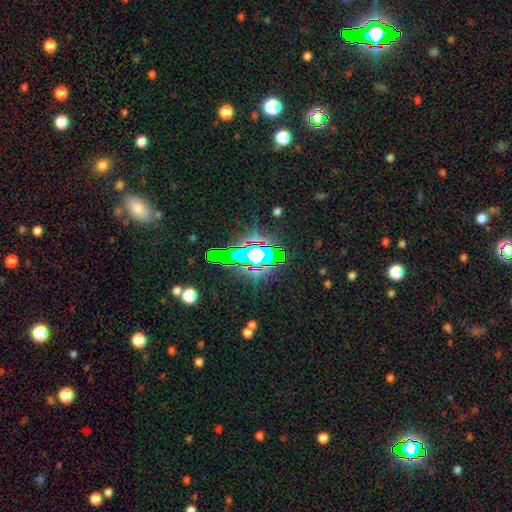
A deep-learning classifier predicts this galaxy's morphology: Smooth or featured?
  - star or artifact: 63% *
  - smooth: 22%
  - featured or disk: 15%